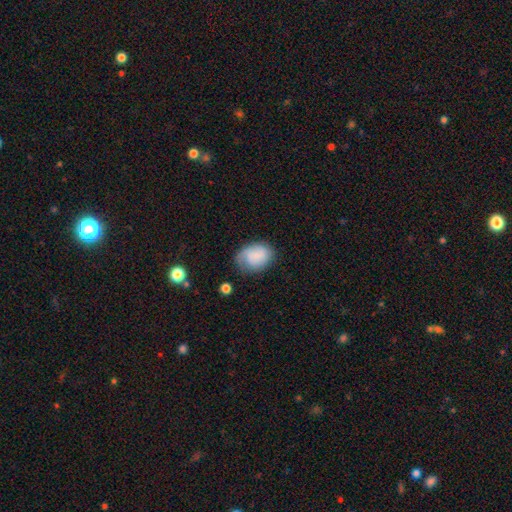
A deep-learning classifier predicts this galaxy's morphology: The model was most divided on "merging": none: 55%, minor disturbance: 31%, major disturbance: 12%, merger: 2%. More confident: smooth or featured — smooth (74%); how rounded — in between (68%).